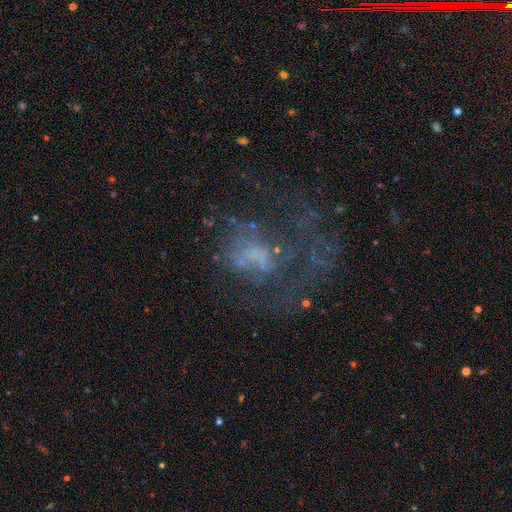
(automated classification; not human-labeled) This is possibly a featured or disk galaxy (55%). It is clearly not viewed edge-on (97%). Bar: clearly no (83%). Spiral arm pattern: likely no (76%). Central bulge: possibly none (58%). Merging: possibly major disturbance (50%).